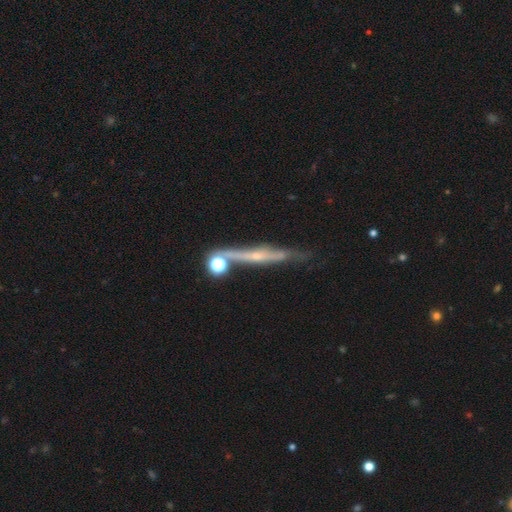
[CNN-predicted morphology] This appears to be a featured or disk galaxy (67%) viewed edge-on (91%) with a rounded central bulge (60%). Merging: none (66%).